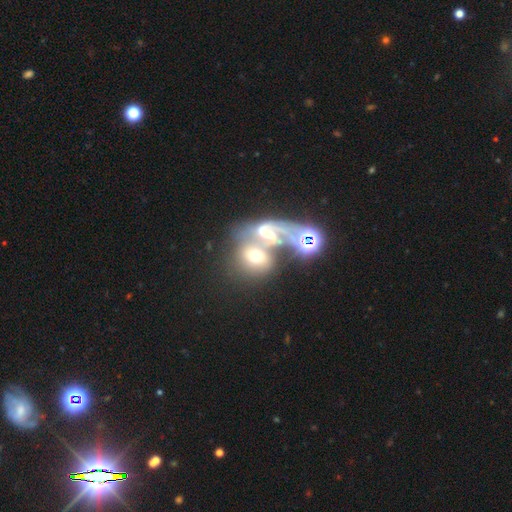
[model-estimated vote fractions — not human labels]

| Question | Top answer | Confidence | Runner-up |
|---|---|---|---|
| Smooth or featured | featured or disk | 46% | smooth (40%) |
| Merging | merger | 67% | none (16%) |